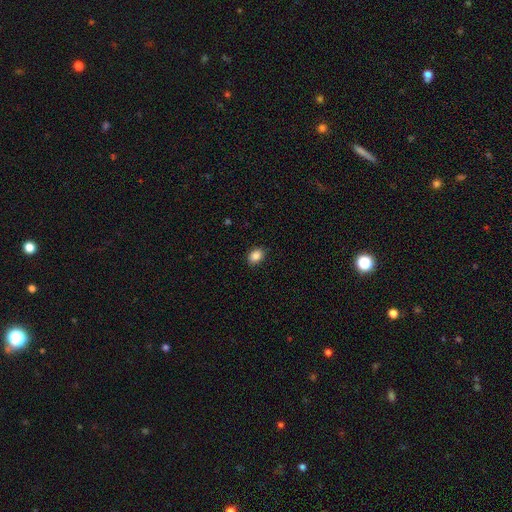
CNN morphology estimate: Smooth or featured: smooth — 88% (star or artifact — 9%)
How rounded: in between — 67% (round — 32%)
Merging: none — 89% (minor disturbance — 8%)